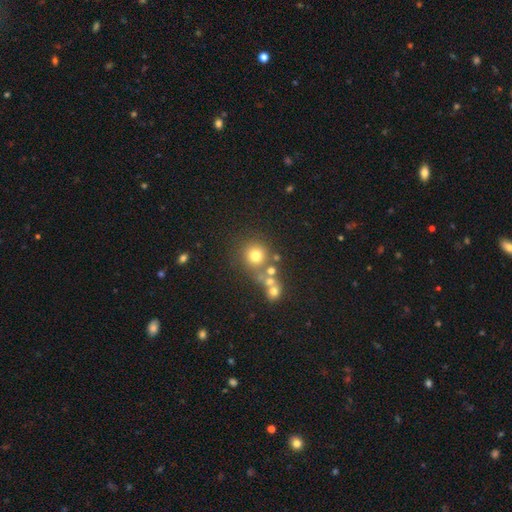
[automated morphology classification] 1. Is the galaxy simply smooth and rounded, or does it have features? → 69% smooth, 17% star or artifact, 14% featured or disk.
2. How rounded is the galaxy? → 89% round, 10% in between, 1% cigar-shaped.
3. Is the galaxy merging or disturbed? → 63% none, 20% merger, 10% minor disturbance, 6% major disturbance.